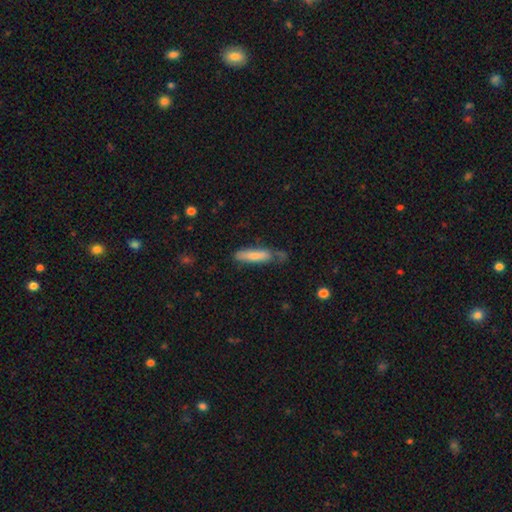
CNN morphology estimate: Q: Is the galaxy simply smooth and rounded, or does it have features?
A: smooth — 76%.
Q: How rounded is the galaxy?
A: cigar-shaped — 76%.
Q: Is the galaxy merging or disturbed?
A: none — 55%.